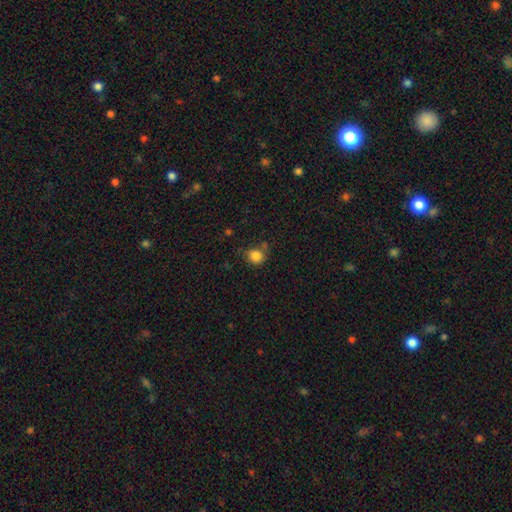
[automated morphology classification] Q: Smooth or featured?
A: smooth (84%); runner-up: star or artifact (11%)
Q: How rounded?
A: round (78%); runner-up: in between (21%)
Q: Merging?
A: none (63%); runner-up: minor disturbance (20%)